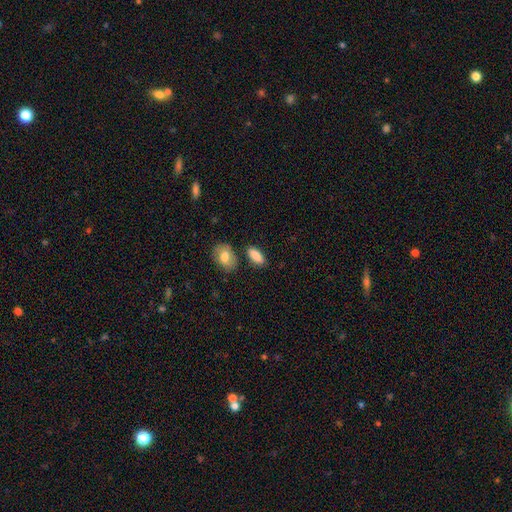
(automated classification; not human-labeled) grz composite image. It shows a smooth galaxy with no disk features (86%) that is in between round and cigar-shaped (83%). Merging: none (77%).